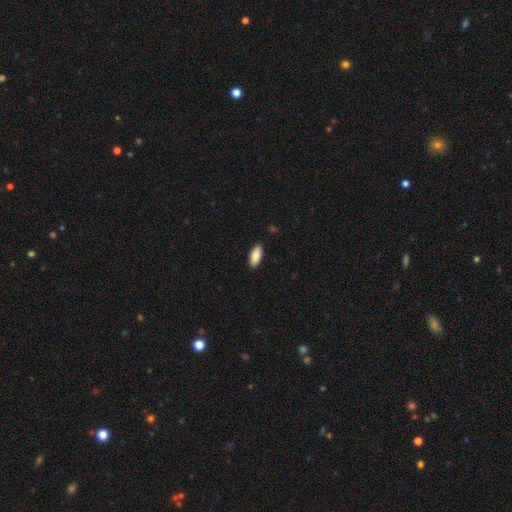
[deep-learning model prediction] A smooth galaxy with no disk features (87%) that is in between round and cigar-shaped (88%). Merging: none (89%).